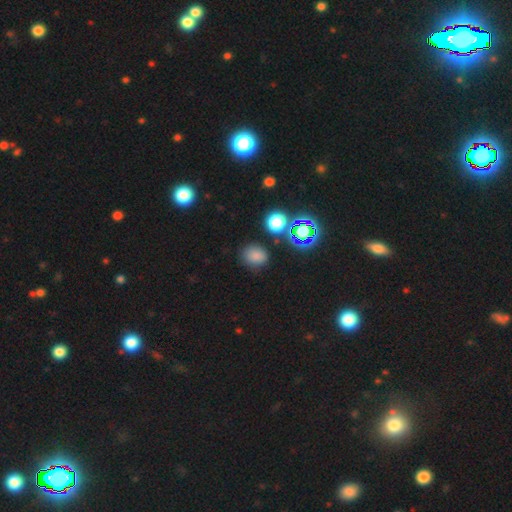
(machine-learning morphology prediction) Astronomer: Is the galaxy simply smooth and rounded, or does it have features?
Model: smooth — 75%.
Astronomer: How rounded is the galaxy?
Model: round — 61% (runner-up: in between, 38%).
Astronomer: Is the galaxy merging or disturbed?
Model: none — 77%.